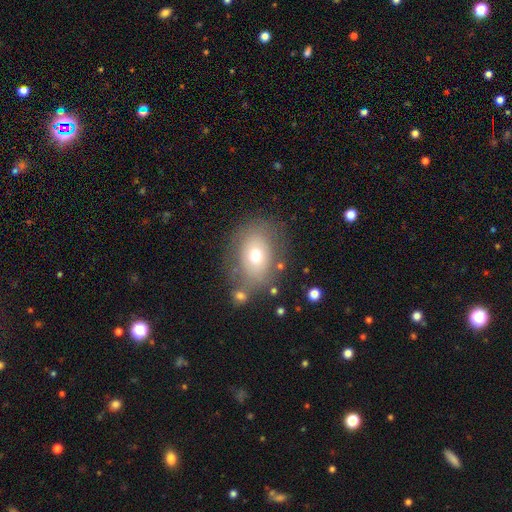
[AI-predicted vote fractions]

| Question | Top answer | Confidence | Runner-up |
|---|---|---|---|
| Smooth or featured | smooth | 66% | featured or disk (23%) |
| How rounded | in between | 66% | round (33%) |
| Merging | none | 70% | minor disturbance (16%) |